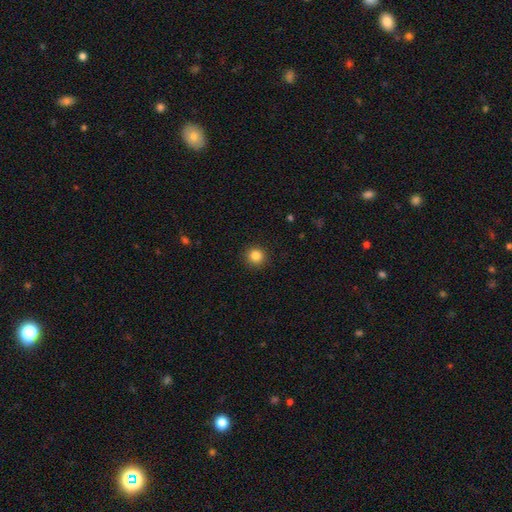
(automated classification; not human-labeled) The model was most divided on "smooth or featured": smooth: 85%, star or artifact: 11%, featured or disk: 4%. More confident: how rounded — round (94%); merging — none (92%).